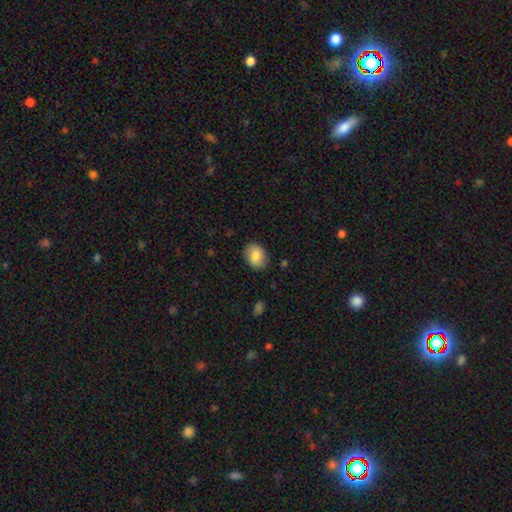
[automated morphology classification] A smooth galaxy with no disk features (83%) that is in between round and cigar-shaped (61%). Merging: none (84%).